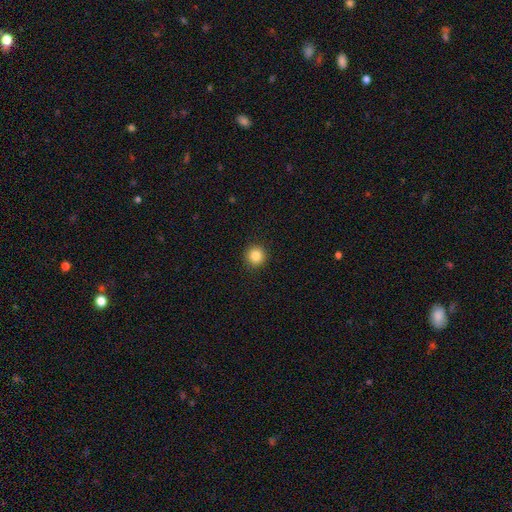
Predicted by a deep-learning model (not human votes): smooth_or_featured: smooth (p=0.86) [alt: star or artifact p=0.10]
how_rounded: round (p=0.95) [alt: in between p=0.04]
merging: none (p=0.92) [alt: minor disturbance p=0.05]